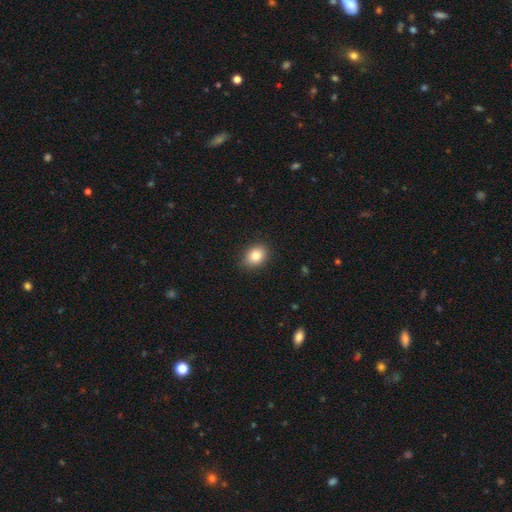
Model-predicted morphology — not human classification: This appears to be a smooth galaxy with no disk features (83%) that is in between round and cigar-shaped (62%). Merging: none (86%).